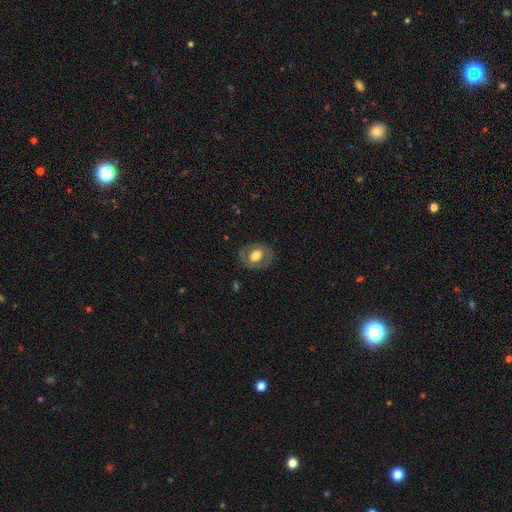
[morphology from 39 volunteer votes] This is possibly a smooth galaxy (49%). How rounded: possibly round (53%). Merging: clearly none (83%).